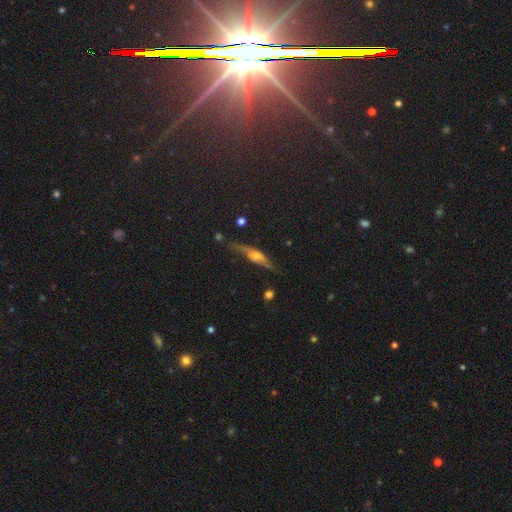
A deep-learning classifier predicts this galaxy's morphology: This appears to be a featured or disk galaxy (58%) viewed edge-on (81%). Merging: none (59%).